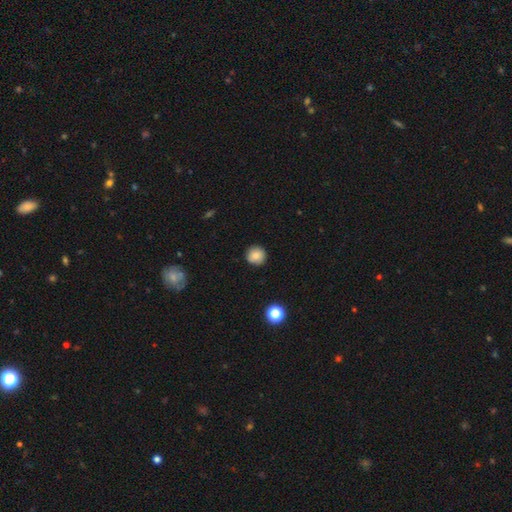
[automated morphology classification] Overall: smooth (85%). How rounded: round (93%). Merging: none (90%).